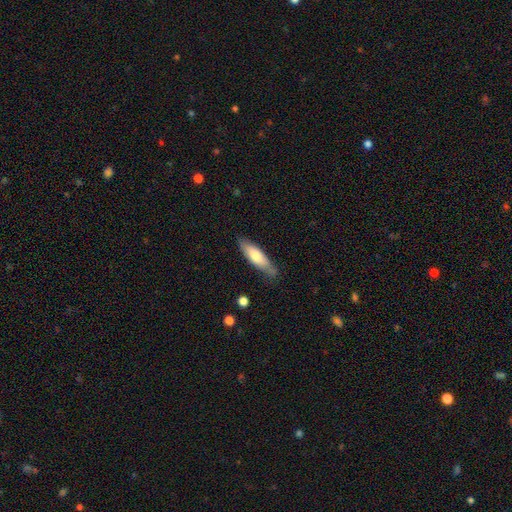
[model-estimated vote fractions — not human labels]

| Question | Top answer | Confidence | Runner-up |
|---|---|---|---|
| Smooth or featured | smooth | 67% | featured or disk (28%) |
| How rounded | cigar-shaped | 55% | in between (43%) |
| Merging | none | 75% | minor disturbance (19%) |